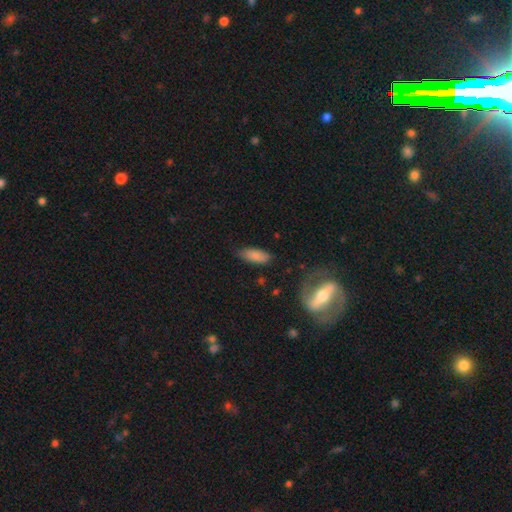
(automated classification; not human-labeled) Morphology: type=smooth (82%); roundness=in between (78%); merging=none (74%).